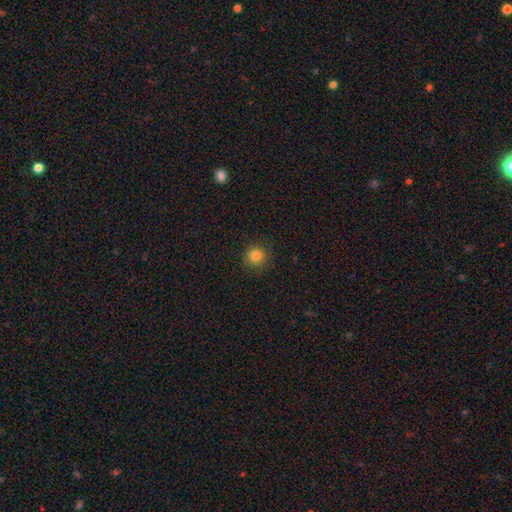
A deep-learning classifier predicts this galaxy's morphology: smooth_or_featured: smooth (p=0.82) [alt: star or artifact p=0.12]
how_rounded: round (p=0.93) [alt: in between p=0.07]
merging: none (p=0.87) [alt: minor disturbance p=0.09]